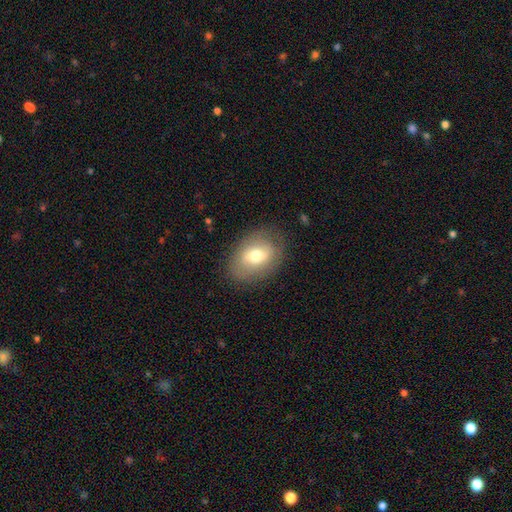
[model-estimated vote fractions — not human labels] Overall: smooth (62%; featured or disk 30%). How rounded: in between (74%). Merging: none (80%).